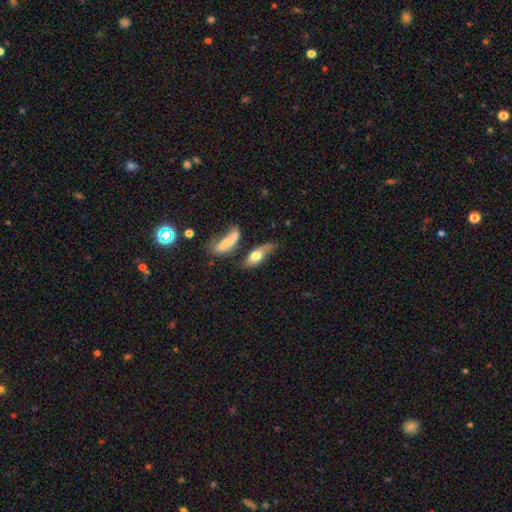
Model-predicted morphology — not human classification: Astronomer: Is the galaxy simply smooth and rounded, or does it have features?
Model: smooth — 60%.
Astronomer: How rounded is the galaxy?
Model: in between — 62%.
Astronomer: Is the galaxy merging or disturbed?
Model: none — 49%.